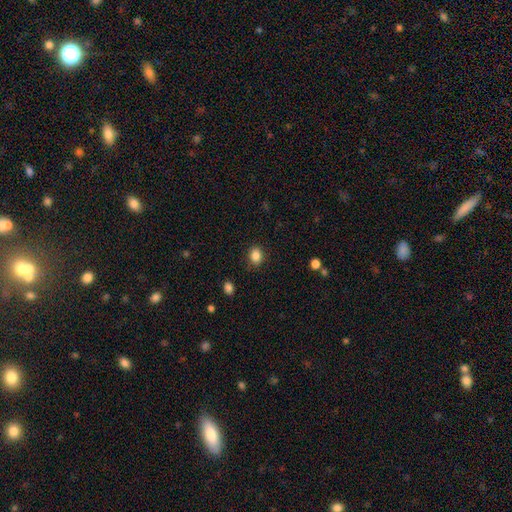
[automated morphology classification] Overall: smooth (86%). How rounded: round (55%; in between 44%). Merging: none (87%).